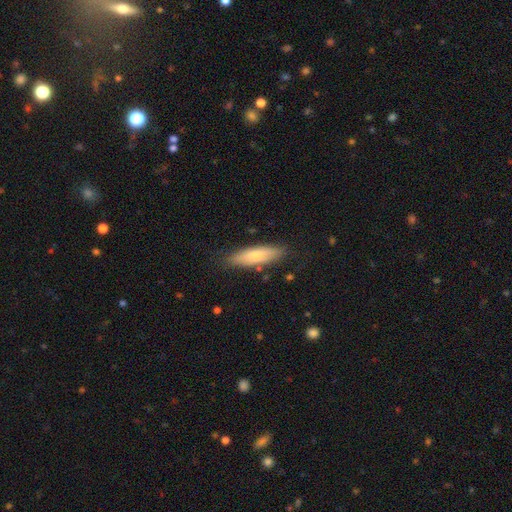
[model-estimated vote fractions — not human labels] smooth 68%, featured or disk 26%, star or artifact 6%. Down the decision tree: how rounded — cigar-shaped (60%); merging — none (83%).